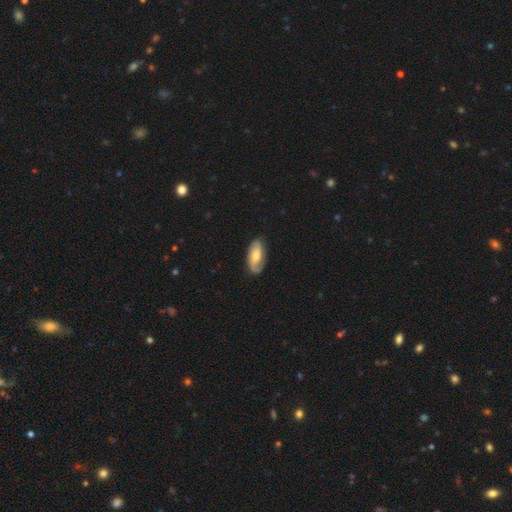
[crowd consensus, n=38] A featured or disk galaxy (74%) with no bar (54%), 2 (89%) loose (63%) spiral arms (96%) and a moderate central bulge (61%). Merging: none (89%).